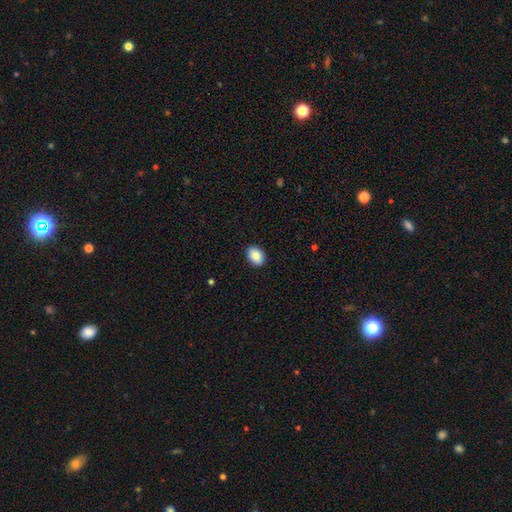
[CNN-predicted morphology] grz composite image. It shows a smooth galaxy with no disk features (88%) that is in between round and cigar-shaped (79%). Merging: none (91%).